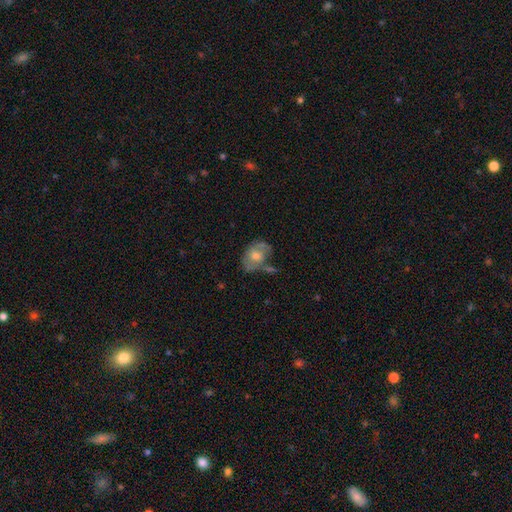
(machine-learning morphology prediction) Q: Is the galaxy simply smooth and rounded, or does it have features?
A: featured or disk — 58%.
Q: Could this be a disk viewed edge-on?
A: no — 95%.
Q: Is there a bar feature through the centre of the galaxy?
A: no — 75%.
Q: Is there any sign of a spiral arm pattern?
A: yes — 58%.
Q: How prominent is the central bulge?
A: moderate — 64%.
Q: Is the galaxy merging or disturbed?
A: none — 47%.